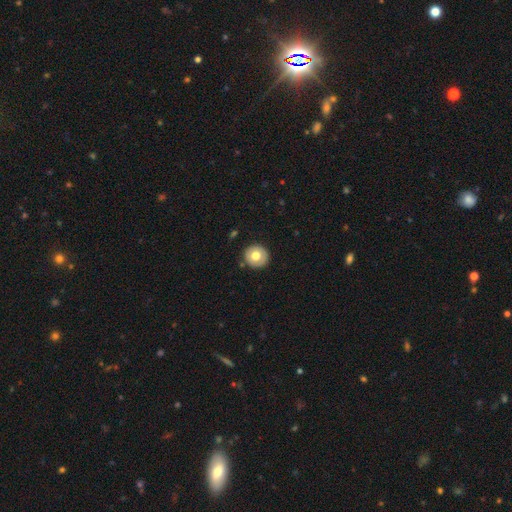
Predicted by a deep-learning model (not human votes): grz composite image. It shows a smooth galaxy with no disk features (70%) that is round (93%). Merging: none (89%).